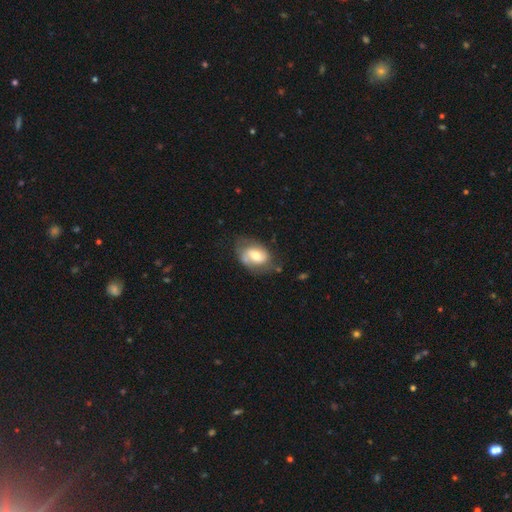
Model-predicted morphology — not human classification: type=featured or disk (52%); edge-on=no (96%); bar=no (47%); spiral arms=yes (75%); bulge=moderate (64%); merging=none (57%).